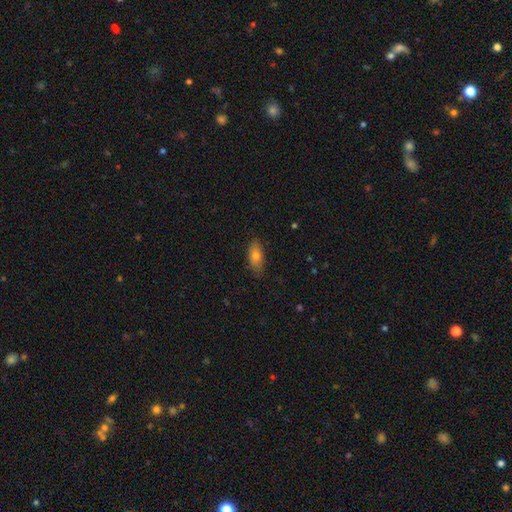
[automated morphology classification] Overall: smooth (73%). How rounded: in between (80%). Merging: none (84%).